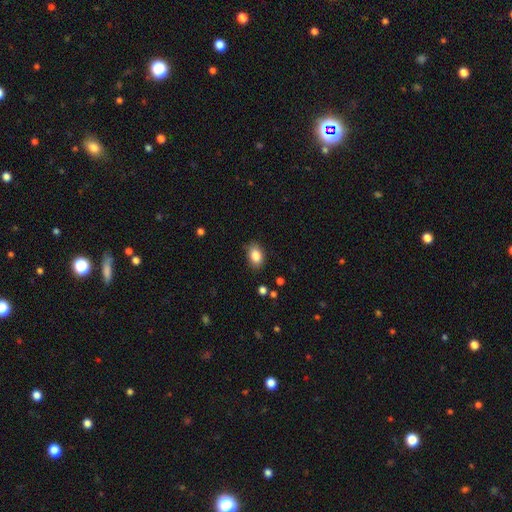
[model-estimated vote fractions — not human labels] smooth_or_featured: smooth (p=0.85) [alt: star or artifact p=0.08]
how_rounded: in between (p=0.82) [alt: round p=0.16]
merging: none (p=0.83) [alt: minor disturbance p=0.13]